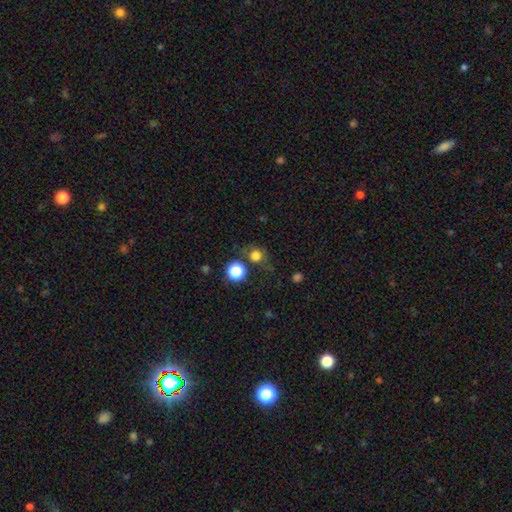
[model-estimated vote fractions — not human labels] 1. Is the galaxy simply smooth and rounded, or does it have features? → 74% smooth, 19% star or artifact, 7% featured or disk.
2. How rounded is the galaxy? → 88% round, 11% in between, 1% cigar-shaped.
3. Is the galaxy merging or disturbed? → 70% none, 14% minor disturbance, 9% merger, 7% major disturbance.